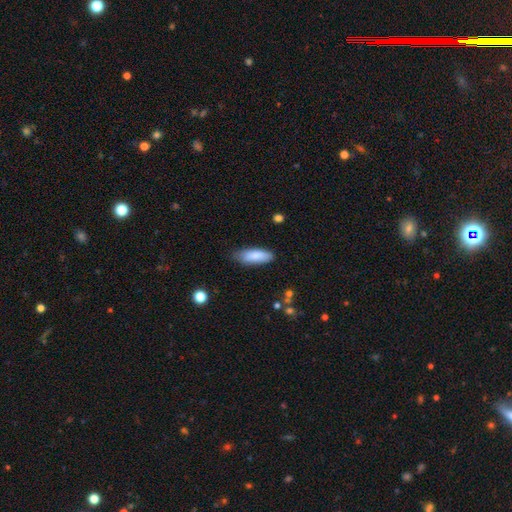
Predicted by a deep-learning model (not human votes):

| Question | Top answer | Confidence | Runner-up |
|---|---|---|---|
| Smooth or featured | smooth | 86% | featured or disk (8%) |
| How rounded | in between | 68% | cigar-shaped (30%) |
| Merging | none | 77% | minor disturbance (19%) |